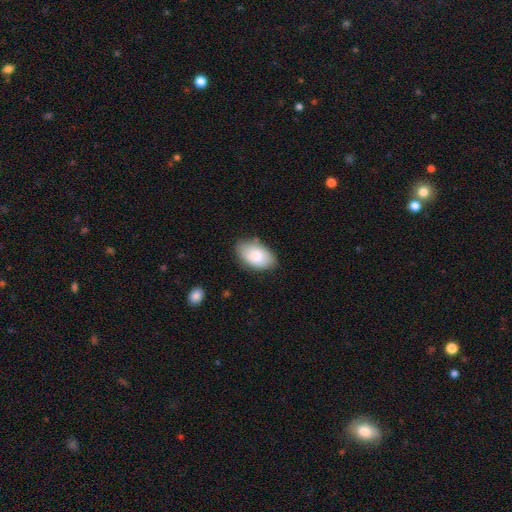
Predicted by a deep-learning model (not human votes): smooth-or-featured: smooth: 82% | featured or disk: 11% | star or artifact: 6%
  how-rounded: in between: 94% | round: 5% | cigar-shaped: 1%
  merging: none: 79% | minor disturbance: 16% | major disturbance: 3% | merger: 2%